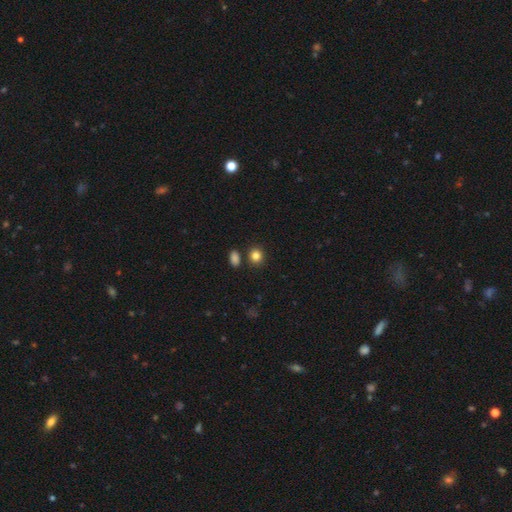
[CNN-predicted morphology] Smooth or featured? smooth (84%)
How rounded? round (77%)
Merging? none (81%)